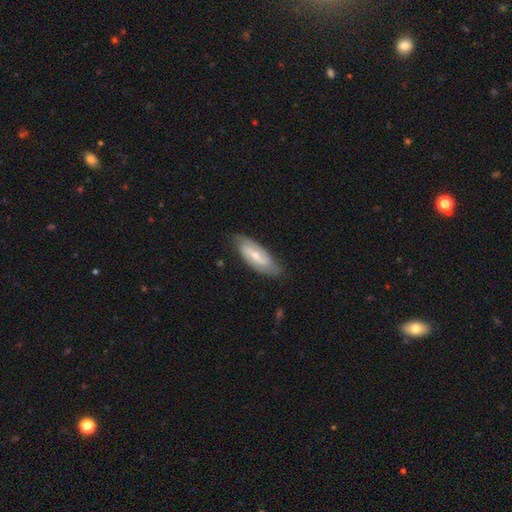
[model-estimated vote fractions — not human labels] This appears to be a featured or disk galaxy (65%) with a weak bar (47%), spiral arms (86%) and a small central bulge (49%). Merging: none (79%).